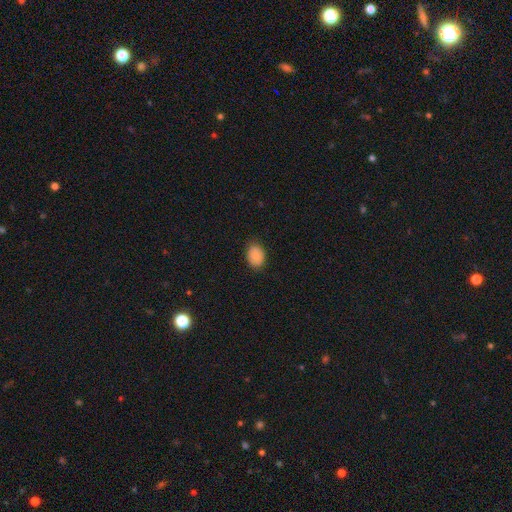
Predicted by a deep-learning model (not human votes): Q: Smooth or featured?
A: smooth (83%); runner-up: featured or disk (9%)
Q: How rounded?
A: in between (69%); runner-up: round (30%)
Q: Merging?
A: none (82%); runner-up: minor disturbance (14%)